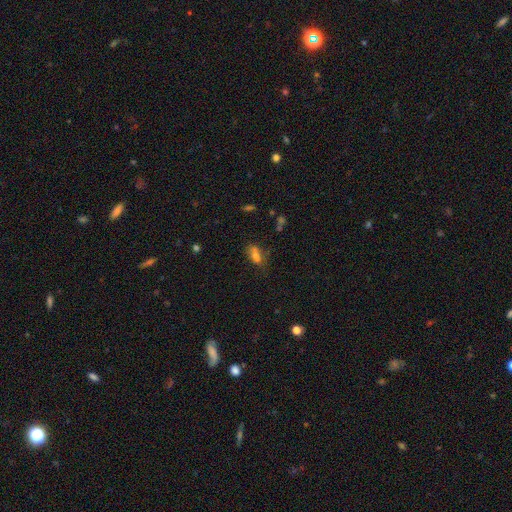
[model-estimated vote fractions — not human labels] This is likely a smooth galaxy (62%). How rounded: likely in between (73%). Merging: possibly none (45%).